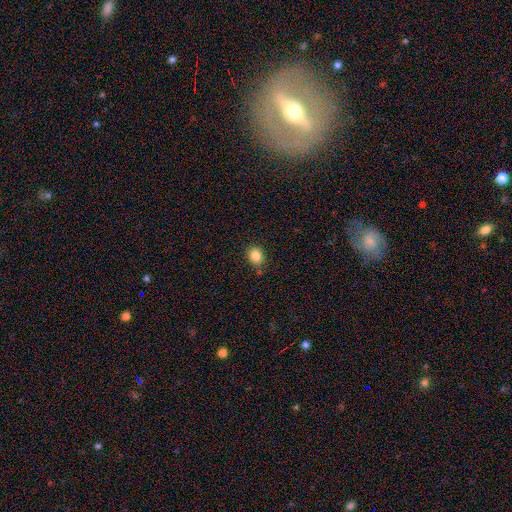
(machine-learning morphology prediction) The model was most divided on "how rounded": round: 67%, in between: 33%, cigar-shaped: 1%. More confident: smooth or featured — smooth (85%); merging — none (83%).